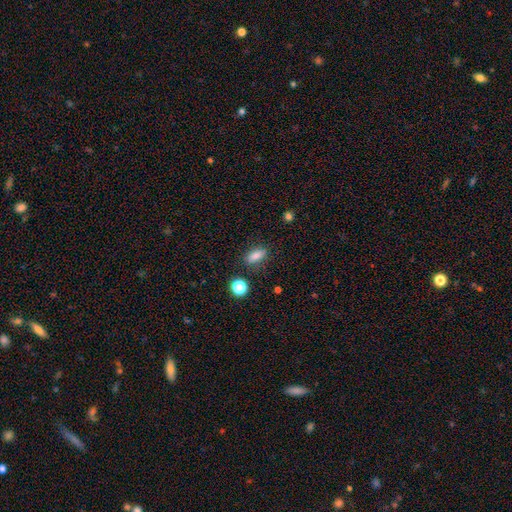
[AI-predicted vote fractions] smooth-or-featured: smooth: 81% | star or artifact: 11% | featured or disk: 8%
  how-rounded: in between: 67% | cigar-shaped: 25% | round: 8%
  merging: none: 83% | minor disturbance: 11% | major disturbance: 3% | merger: 3%